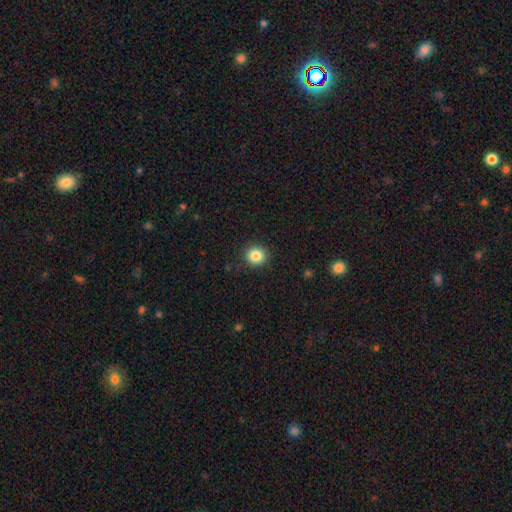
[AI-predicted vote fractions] Smooth or featured?
  - smooth: 85% *
  - star or artifact: 10%
  - featured or disk: 4%
How rounded?
  - round: 91% *
  - in between: 8%
  - cigar-shaped: 1%
Merging?
  - none: 91% *
  - minor disturbance: 6%
  - major disturbance: 2%
  - merger: 1%